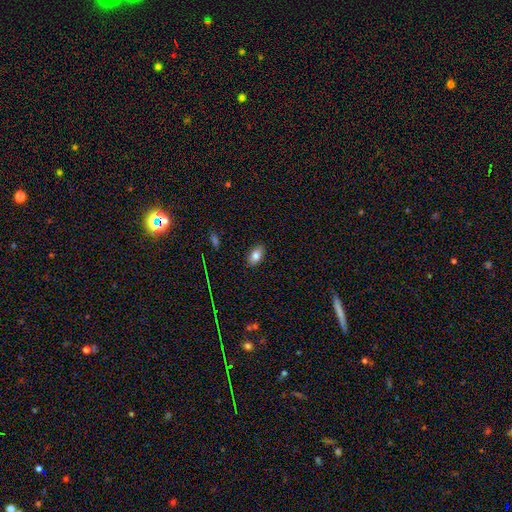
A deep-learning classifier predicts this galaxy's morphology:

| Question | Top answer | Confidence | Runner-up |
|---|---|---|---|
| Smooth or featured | smooth | 80% | featured or disk (11%) |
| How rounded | in between | 91% | round (6%) |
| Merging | none | 88% | minor disturbance (9%) |